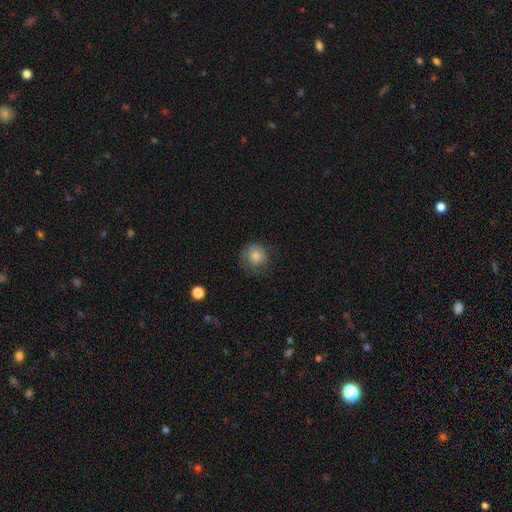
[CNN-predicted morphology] Smooth or featured? smooth (72%)
How rounded? round (88%)
Merging? none (67%)